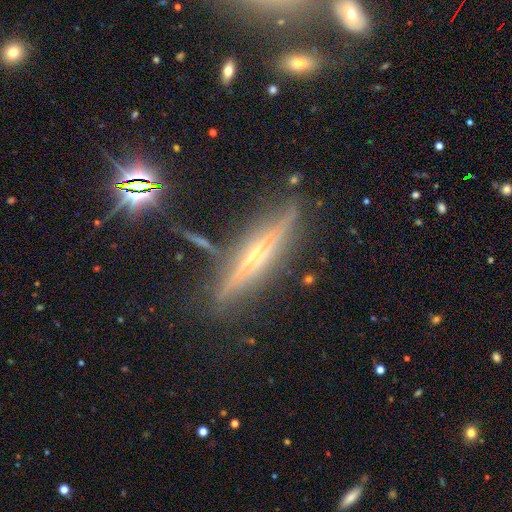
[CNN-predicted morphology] This is likely a featured or disk galaxy (78%). It is clearly viewed edge-on (95%). Edge-on bulge: likely rounded (60%). Merging: clearly none (81%).